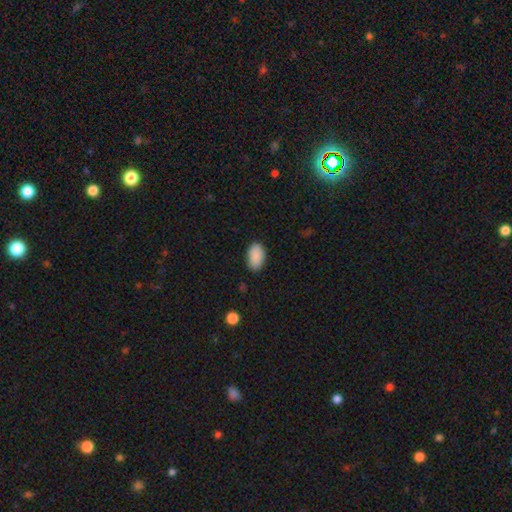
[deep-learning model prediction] Smooth or featured? Predicted: smooth (p=0.90). How rounded? Predicted: in between (p=0.94). Merging? Predicted: none (p=0.86).